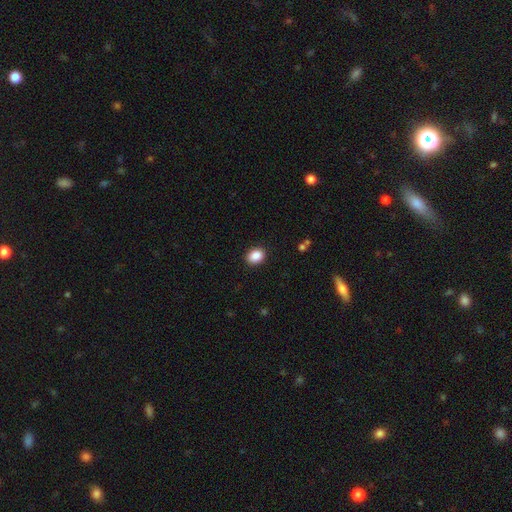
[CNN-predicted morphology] type=smooth (89%); roundness=in between (67%); merging=none (90%).